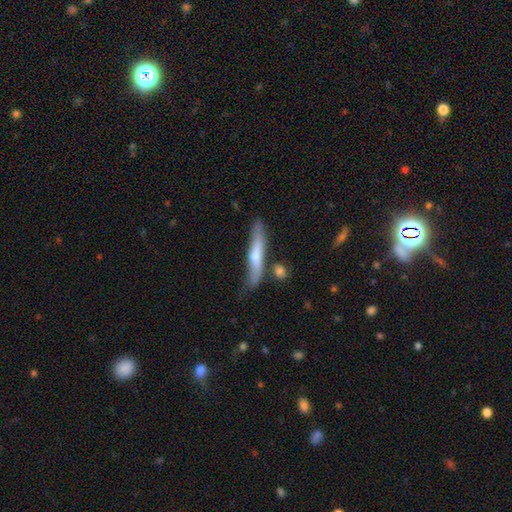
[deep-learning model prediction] Smooth or featured? Predicted: smooth (p=0.48). Merging? Predicted: none (p=0.69).